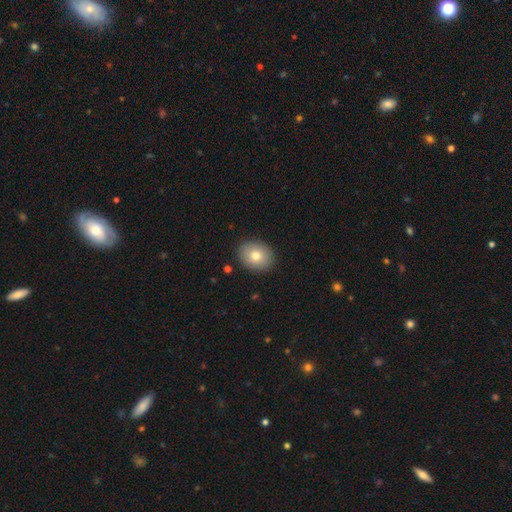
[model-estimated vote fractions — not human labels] Smooth or featured?
  - smooth: 79% *
  - featured or disk: 13%
  - star or artifact: 8%
How rounded?
  - in between: 53% *
  - round: 46%
  - cigar-shaped: 1%
Merging?
  - none: 89% *
  - minor disturbance: 8%
  - major disturbance: 2%
  - merger: 1%